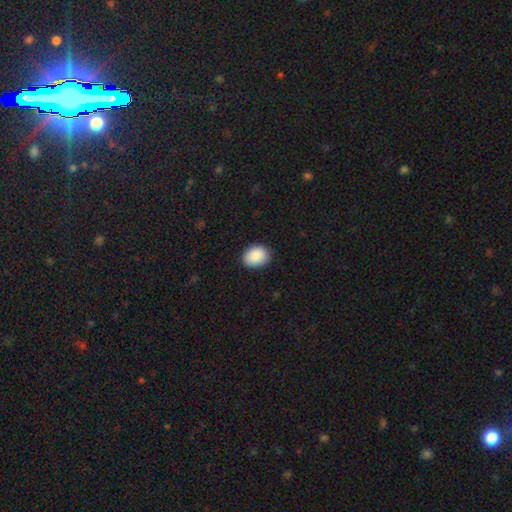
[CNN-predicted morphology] Smooth or featured? Predicted: smooth (p=0.90). How rounded? Predicted: in between (p=0.60). Merging? Predicted: none (p=0.88).